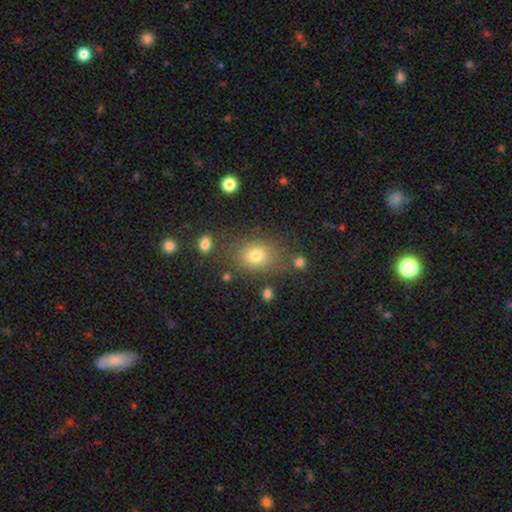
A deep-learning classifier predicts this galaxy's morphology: smooth-or-featured: smooth: 76% | star or artifact: 14% | featured or disk: 10%
  how-rounded: in between: 56% | round: 43% | cigar-shaped: 1%
  merging: none: 75% | minor disturbance: 13% | merger: 6% | major disturbance: 5%